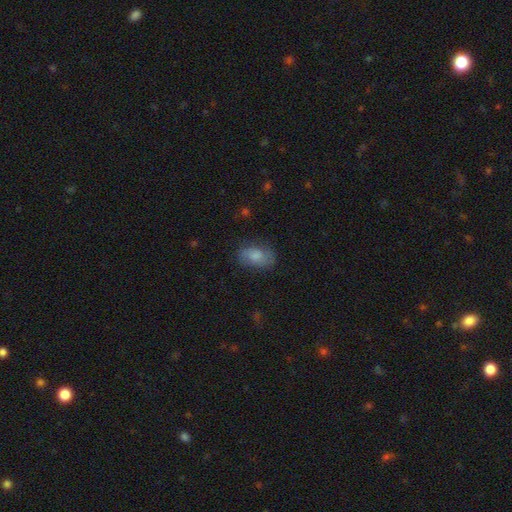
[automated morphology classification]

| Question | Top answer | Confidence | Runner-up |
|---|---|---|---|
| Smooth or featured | smooth | 68% | featured or disk (24%) |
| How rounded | in between | 88% | round (10%) |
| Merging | none | 74% | minor disturbance (18%) |